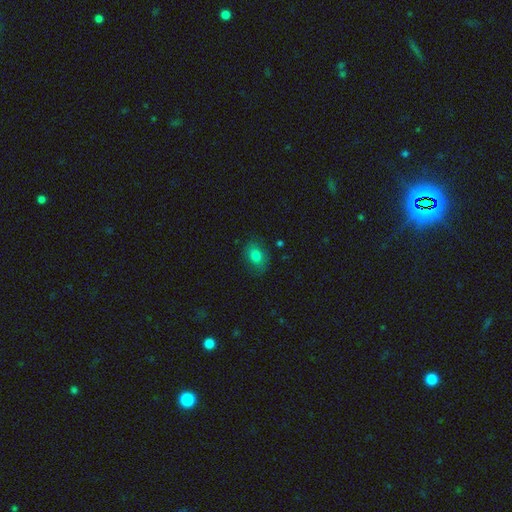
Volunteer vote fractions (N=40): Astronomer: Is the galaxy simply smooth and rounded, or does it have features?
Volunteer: smooth — 82%.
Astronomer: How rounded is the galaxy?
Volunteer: in between — 79%.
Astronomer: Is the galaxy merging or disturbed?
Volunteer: none — 78%.